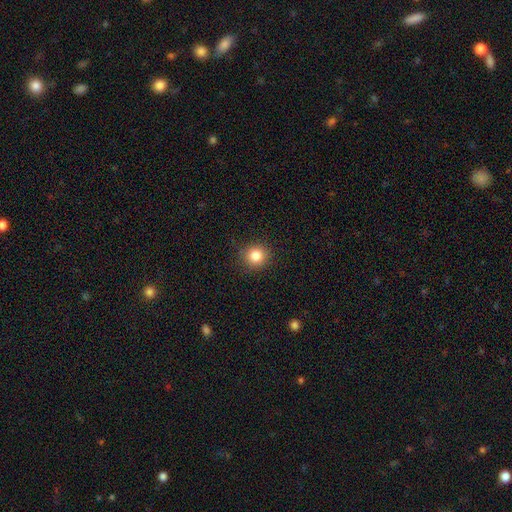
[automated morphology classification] Q: Smooth or featured?
A: smooth (84%); runner-up: star or artifact (11%)
Q: How rounded?
A: round (91%); runner-up: in between (8%)
Q: Merging?
A: none (88%); runner-up: minor disturbance (9%)